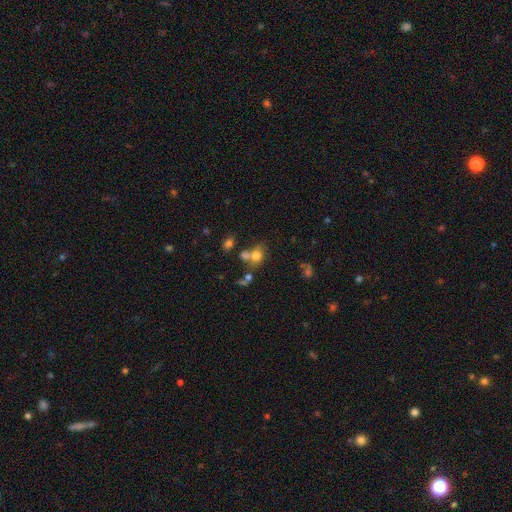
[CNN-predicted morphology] Smooth or featured? Predicted: smooth (p=0.72). How rounded? Predicted: round (p=0.52). Merging? Predicted: none (p=0.41).